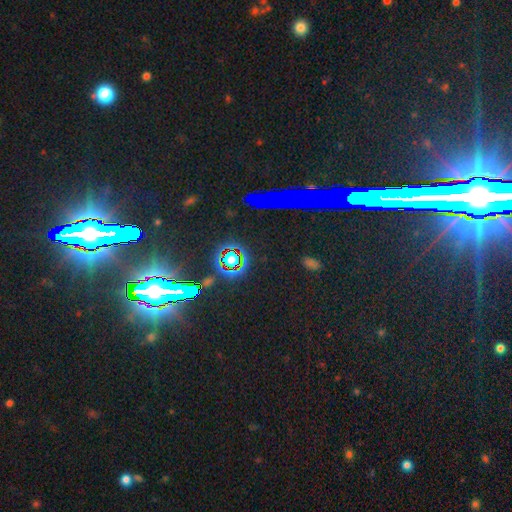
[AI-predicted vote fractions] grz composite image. It shows a star or artifact, not a galaxy (83%).